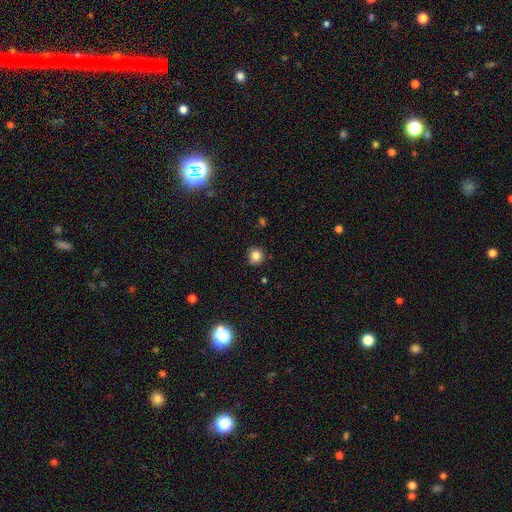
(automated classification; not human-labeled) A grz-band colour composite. It shows a smooth galaxy with no disk features (82%) that is round (92%). Merging: none (87%).